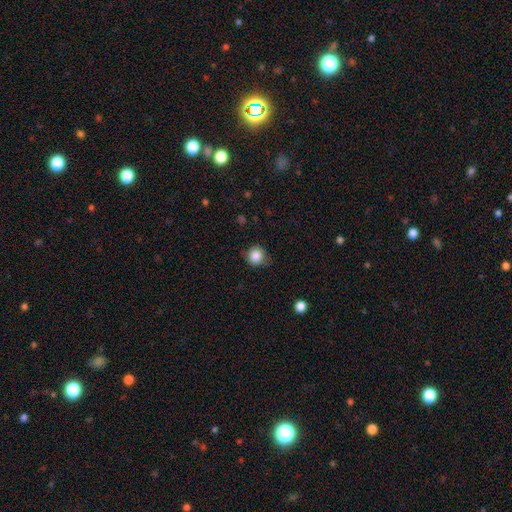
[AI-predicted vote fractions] smooth-or-featured: smooth: 85% | star or artifact: 10% | featured or disk: 5%
  how-rounded: round: 91% | in between: 8% | cigar-shaped: 1%
  merging: none: 75% | minor disturbance: 19% | major disturbance: 4% | merger: 1%